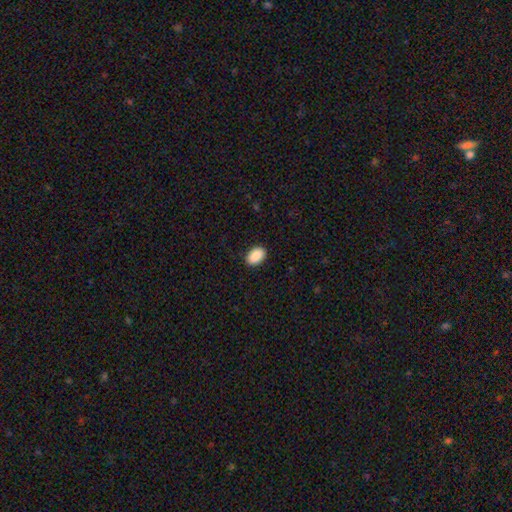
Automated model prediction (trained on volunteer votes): A smooth galaxy with no disk features (91%) that is in between round and cigar-shaped (89%). Merging: none (89%).